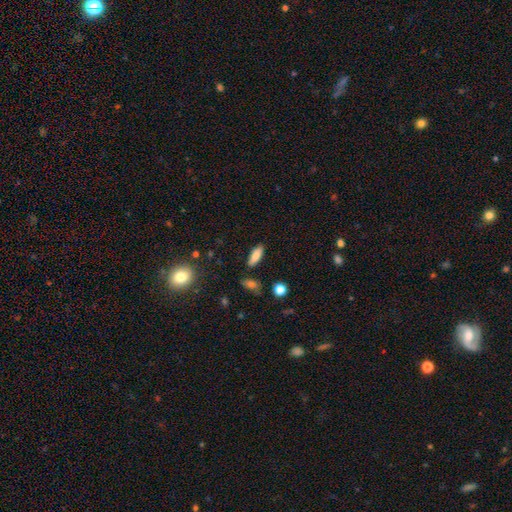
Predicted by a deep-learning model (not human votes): smooth-or-featured: smooth: 80% | featured or disk: 12% | star or artifact: 8%
  how-rounded: in between: 67% | cigar-shaped: 31% | round: 3%
  merging: none: 84% | minor disturbance: 11% | merger: 3% | major disturbance: 3%